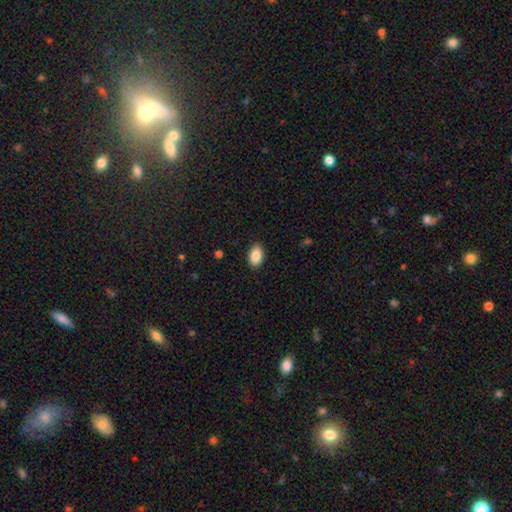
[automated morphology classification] Smooth or featured?
  - smooth: 87% *
  - star or artifact: 7%
  - featured or disk: 5%
How rounded?
  - in between: 92% *
  - round: 7%
  - cigar-shaped: 1%
Merging?
  - none: 89% *
  - minor disturbance: 8%
  - major disturbance: 2%
  - merger: 1%